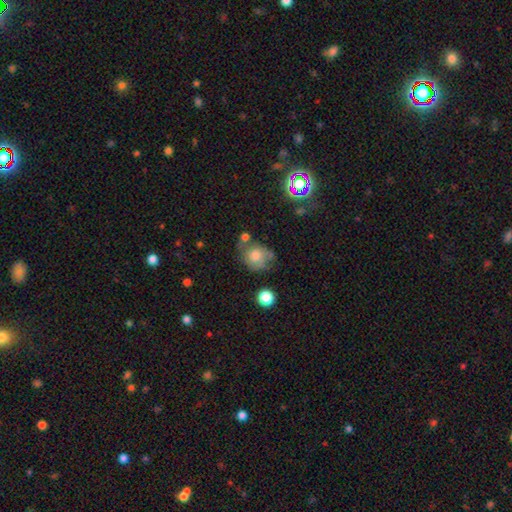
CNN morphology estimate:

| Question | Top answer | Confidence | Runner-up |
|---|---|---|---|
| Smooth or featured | smooth | 57% | featured or disk (29%) |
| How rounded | round | 66% | in between (33%) |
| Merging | none | 46% | minor disturbance (28%) |